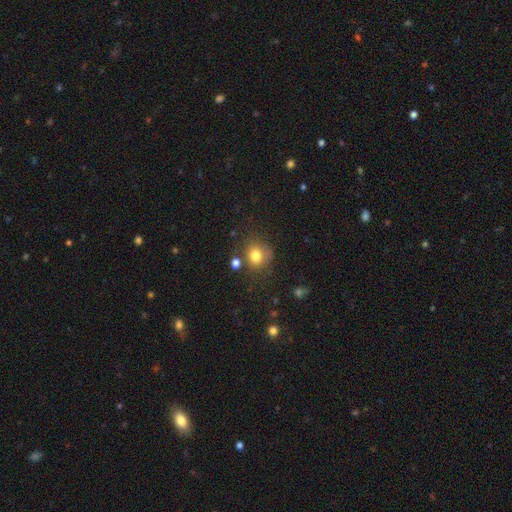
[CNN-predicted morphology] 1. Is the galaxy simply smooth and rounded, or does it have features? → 78% smooth, 12% star or artifact, 10% featured or disk.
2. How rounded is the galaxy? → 78% round, 22% in between, 1% cigar-shaped.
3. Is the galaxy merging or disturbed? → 66% none, 19% minor disturbance, 8% merger, 7% major disturbance.